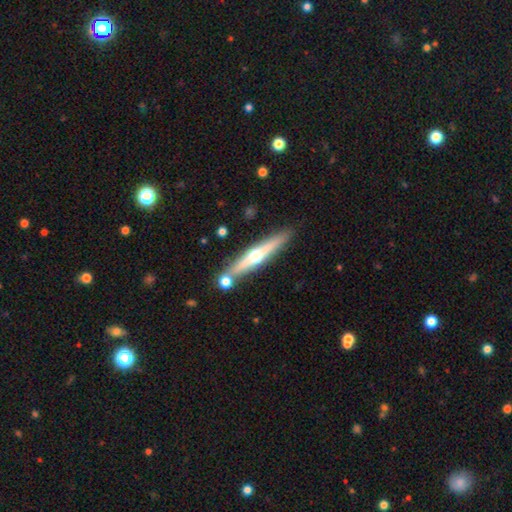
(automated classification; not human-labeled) This is likely a featured or disk galaxy (65%). It is clearly viewed edge-on (96%). Edge-on bulge: clearly rounded (91%). Merging: clearly none (83%).